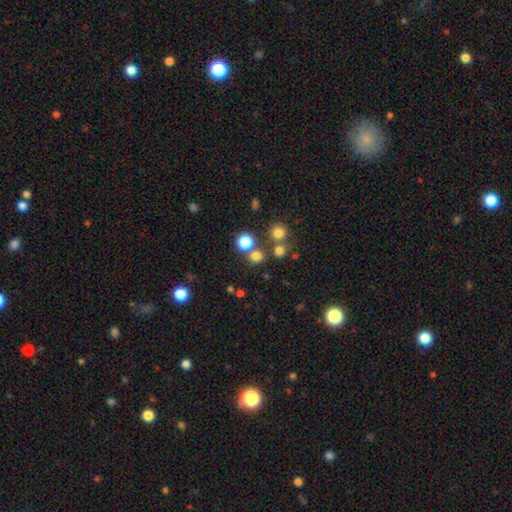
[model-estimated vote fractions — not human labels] Smooth or featured? Predicted: smooth (p=0.74). How rounded? Predicted: round (p=0.86). Merging? Predicted: none (p=0.71).